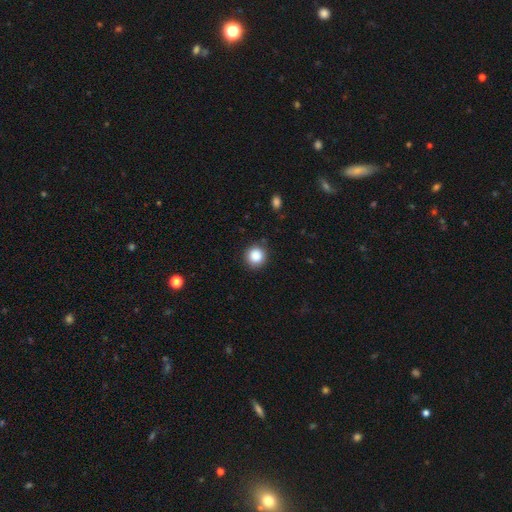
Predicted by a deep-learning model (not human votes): This appears to be a smooth galaxy with no disk features (87%) that is round (94%). Merging: none (89%).